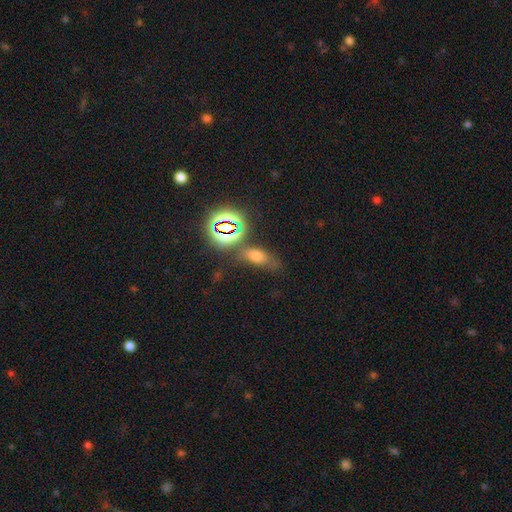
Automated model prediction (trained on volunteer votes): Smooth or featured? Predicted: smooth (p=0.55). How rounded? Predicted: in between (p=0.72). Merging? Predicted: none (p=0.58).